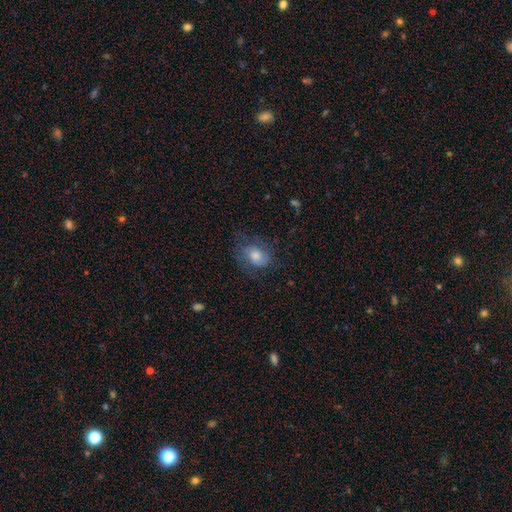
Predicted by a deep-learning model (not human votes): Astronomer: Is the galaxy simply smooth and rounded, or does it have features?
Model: smooth — 51% (runner-up: featured or disk, 38%).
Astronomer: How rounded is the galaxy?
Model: in between — 60% (runner-up: round, 39%).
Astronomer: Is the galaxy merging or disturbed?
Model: none — 64%.